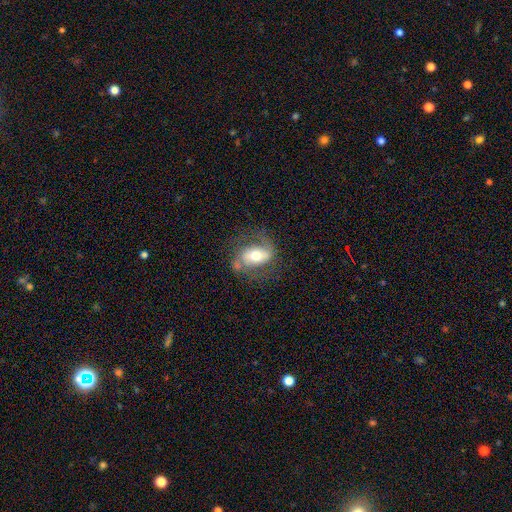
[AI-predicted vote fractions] Morphology: type=featured or disk (56%); edge-on=no (92%); bar=no (36%); spiral arms=yes (69%); bulge=moderate (68%); merging=none (62%).